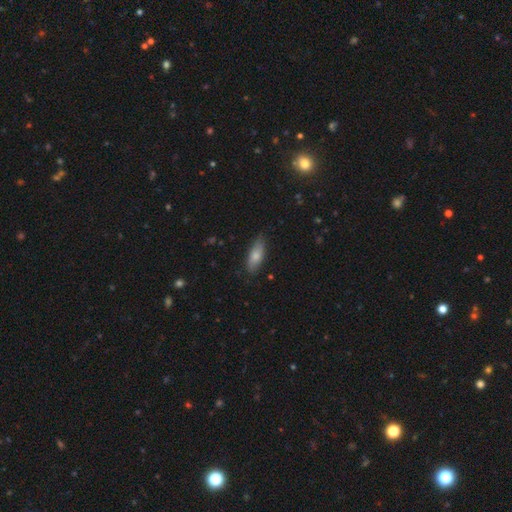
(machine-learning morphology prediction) Smooth or featured: smooth — 78% (featured or disk — 16%)
How rounded: in between — 71% (cigar-shaped — 27%)
Merging: none — 79% (minor disturbance — 17%)